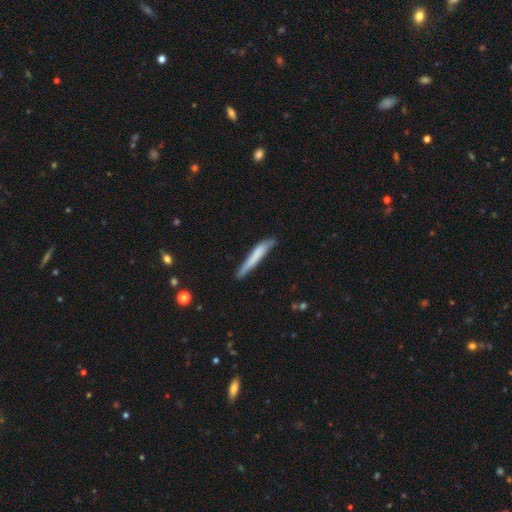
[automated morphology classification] The model was most divided on "smooth or featured": smooth: 69%, featured or disk: 25%, star or artifact: 6%. More confident: how rounded — cigar-shaped (94%); merging — none (70%).